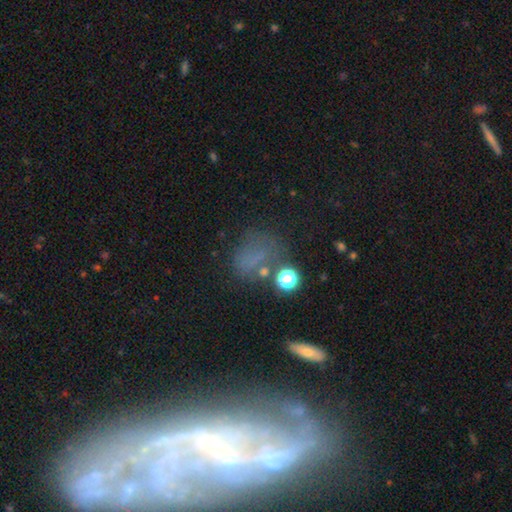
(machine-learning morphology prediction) smooth 47%, star or artifact 34%, featured or disk 19%. Down the decision tree: merging — none (59%).